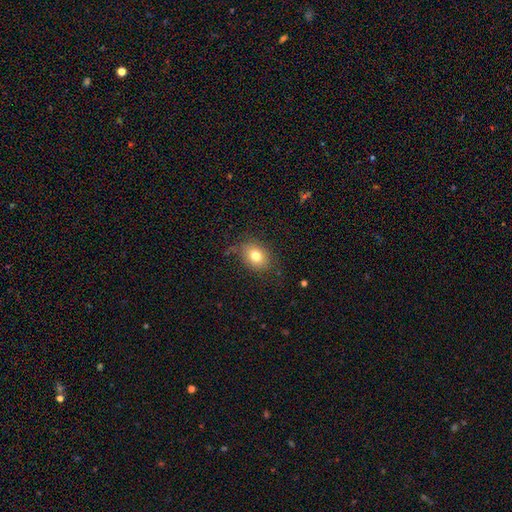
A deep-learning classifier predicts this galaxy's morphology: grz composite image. It shows a smooth galaxy with no disk features (78%) that is in between round and cigar-shaped (56%). Merging: none (74%).